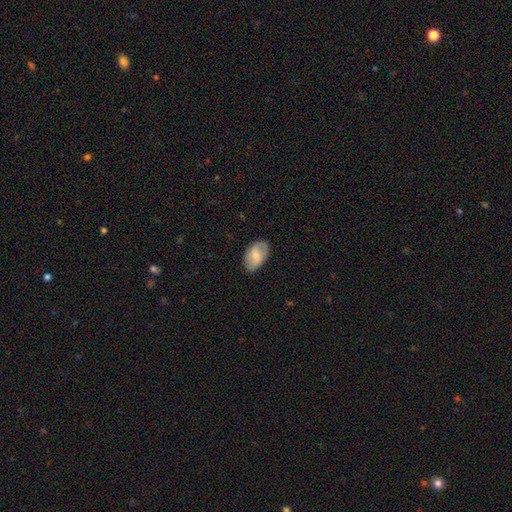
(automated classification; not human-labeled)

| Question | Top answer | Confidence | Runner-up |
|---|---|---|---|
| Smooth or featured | smooth | 67% | featured or disk (27%) |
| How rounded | in between | 93% | round (6%) |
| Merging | none | 82% | minor disturbance (14%) |